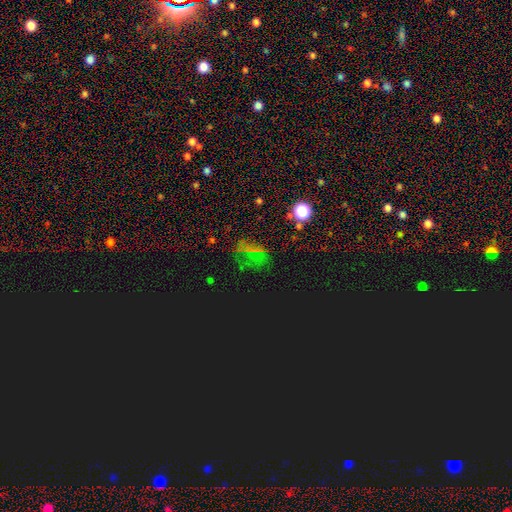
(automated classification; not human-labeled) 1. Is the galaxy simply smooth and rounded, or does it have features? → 56% star or artifact, 26% smooth, 18% featured or disk.